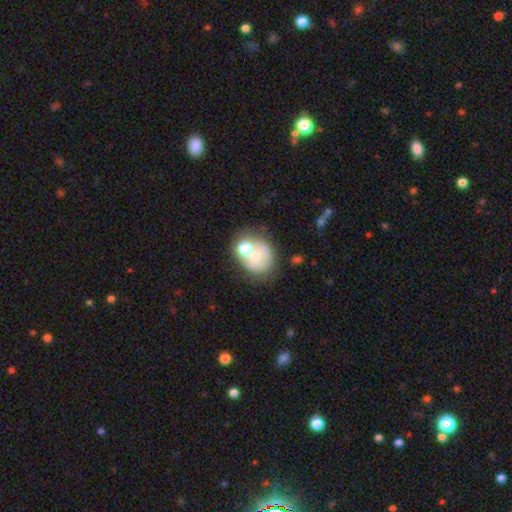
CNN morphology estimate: smooth-or-featured: smooth: 52% | featured or disk: 38% | star or artifact: 11%
  how-rounded: round: 59% | in between: 41% | cigar-shaped: 1%
  merging: merger: 38% | none: 35% | minor disturbance: 16% | major disturbance: 11%